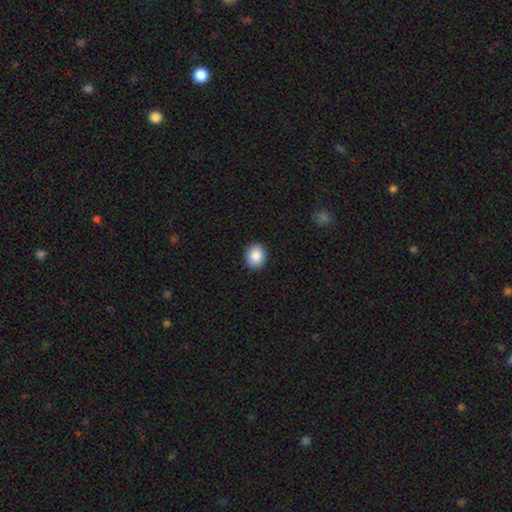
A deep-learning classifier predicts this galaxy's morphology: type=smooth (87%); roundness=round (67%); merging=none (92%).